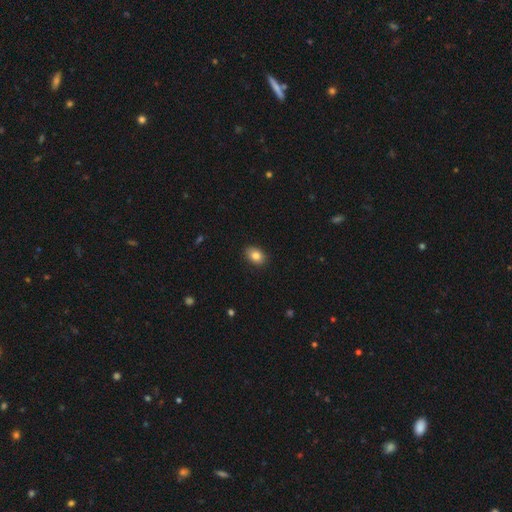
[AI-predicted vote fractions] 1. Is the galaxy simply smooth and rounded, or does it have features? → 84% smooth, 9% star or artifact, 7% featured or disk.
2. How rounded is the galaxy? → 76% in between, 23% round, 1% cigar-shaped.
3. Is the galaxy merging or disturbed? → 88% none, 9% minor disturbance, 2% major disturbance, 1% merger.